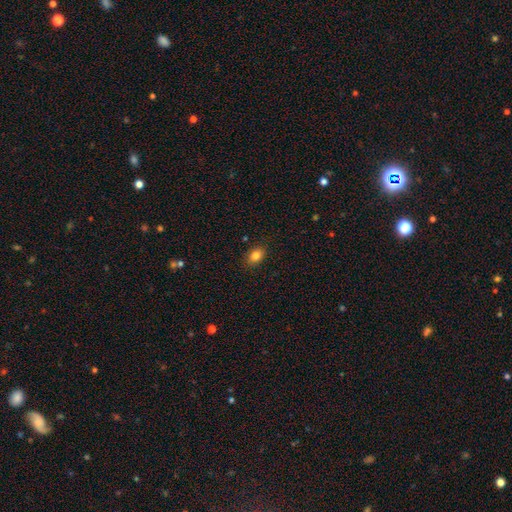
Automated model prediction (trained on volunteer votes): Smooth or featured? smooth (84%)
How rounded? in between (80%)
Merging? none (87%)